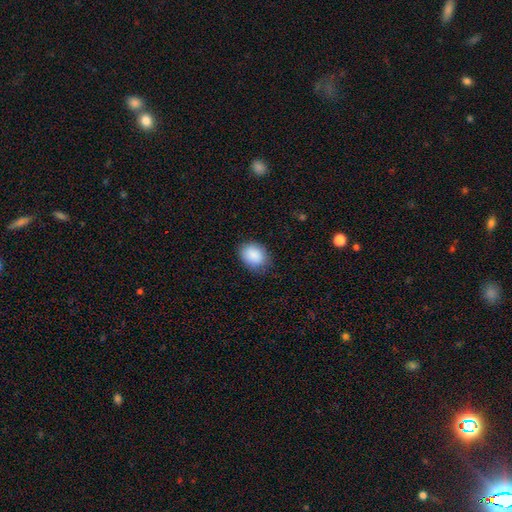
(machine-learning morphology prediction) smooth-or-featured: smooth: 89% | star or artifact: 7% | featured or disk: 4%
  how-rounded: in between: 66% | round: 33% | cigar-shaped: 1%
  merging: none: 79% | minor disturbance: 16% | major disturbance: 4% | merger: 1%